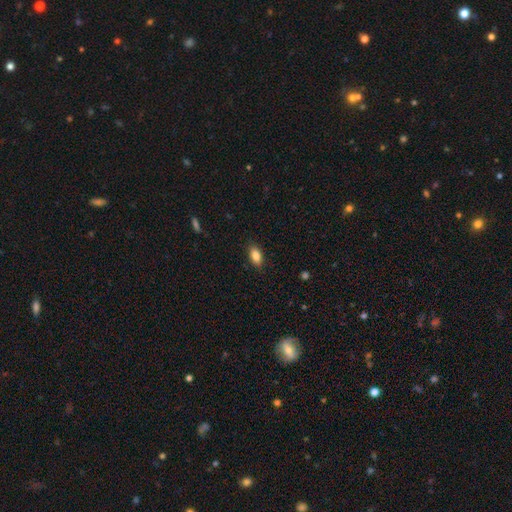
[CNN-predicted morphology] This appears to be a smooth galaxy with no disk features (87%) that is in between round and cigar-shaped (90%). Merging: none (87%).